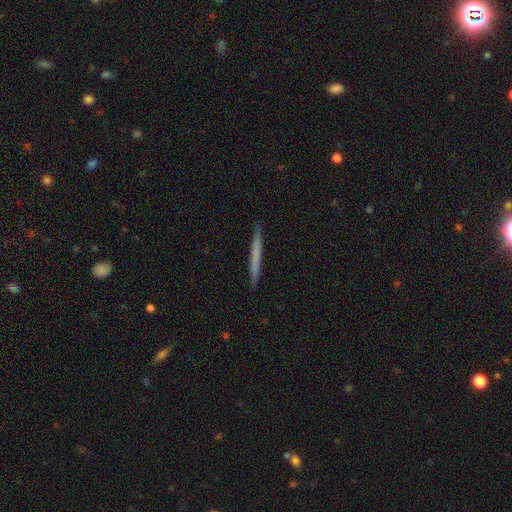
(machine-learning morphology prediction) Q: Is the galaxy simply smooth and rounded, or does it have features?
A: smooth — 60%.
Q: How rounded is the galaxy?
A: cigar-shaped — 97%.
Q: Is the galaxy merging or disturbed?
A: none — 92%.